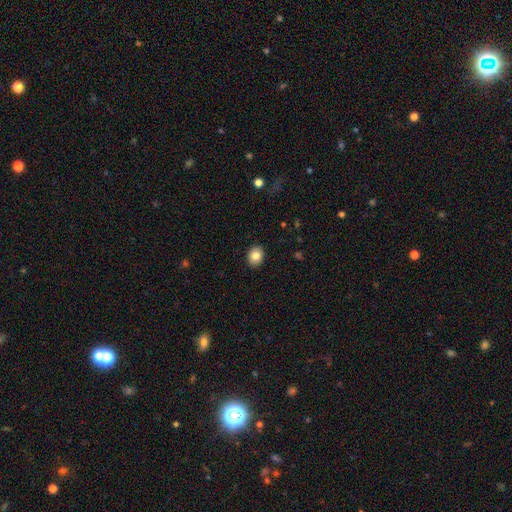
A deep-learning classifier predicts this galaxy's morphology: Q: Smooth or featured?
A: smooth (83%); runner-up: star or artifact (9%)
Q: How rounded?
A: round (51%); runner-up: in between (48%)
Q: Merging?
A: none (90%); runner-up: minor disturbance (7%)